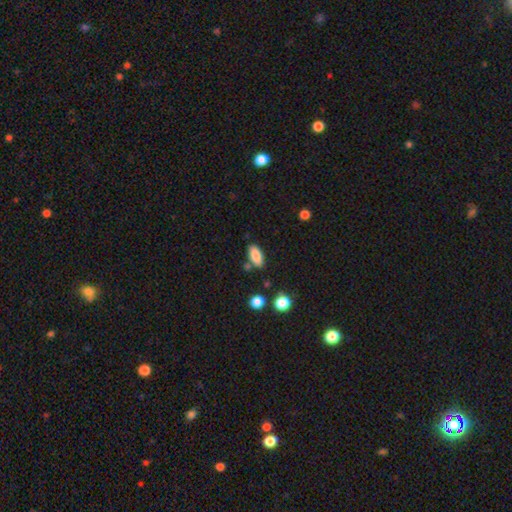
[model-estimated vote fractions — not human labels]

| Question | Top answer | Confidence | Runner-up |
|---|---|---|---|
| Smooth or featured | smooth | 86% | star or artifact (8%) |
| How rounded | in between | 88% | cigar-shaped (9%) |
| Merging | none | 79% | minor disturbance (12%) |